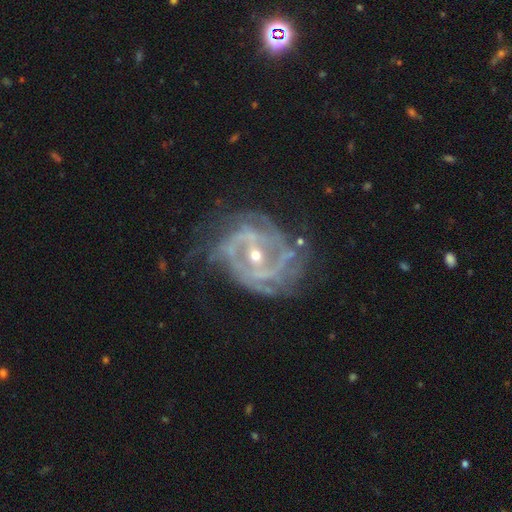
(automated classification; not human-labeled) featured or disk 88%, star or artifact 6%, smooth 5%. Down the decision tree: edge-on disk — no (96%); bar — weak (37%, tied with strong); spiral arms — yes (91%); spiral arm count — 2 (37%); spiral winding — tight (53%); bulge size — small (57%); merging — none (56%).